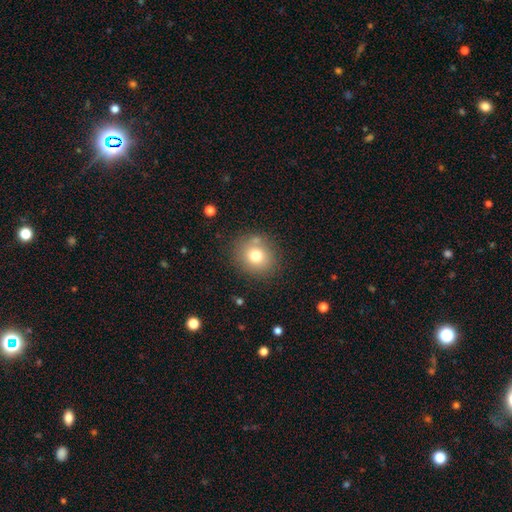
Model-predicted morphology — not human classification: smooth_or_featured: smooth (p=0.75) [alt: featured or disk p=0.12]
how_rounded: round (p=0.78) [alt: in between p=0.21]
merging: none (p=0.77) [alt: minor disturbance p=0.12]